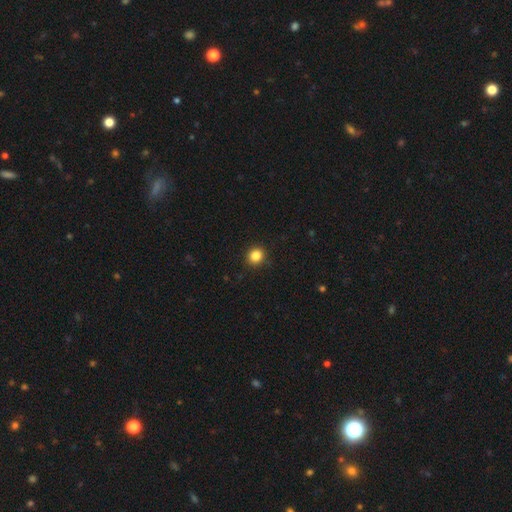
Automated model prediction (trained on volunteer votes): A smooth galaxy with no disk features (86%) that is round (85%).

Vote fractions:
- Smooth or featured? smooth: 86% / star or artifact: 11% / featured or disk: 4%
- How rounded? round: 85% / in between: 14% / cigar-shaped: 1%
- Merging? none: 91% / minor disturbance: 6% / major disturbance: 2% / merger: 1%